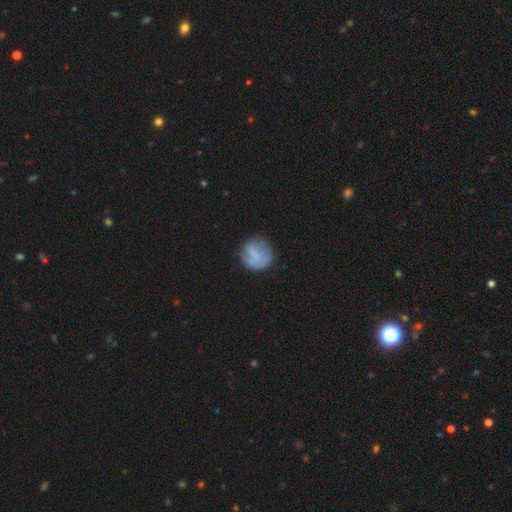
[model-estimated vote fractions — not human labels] Smooth or featured: smooth — 69% (featured or disk — 22%)
How rounded: round — 87% (in between — 11%)
Merging: none — 69% (minor disturbance — 21%)